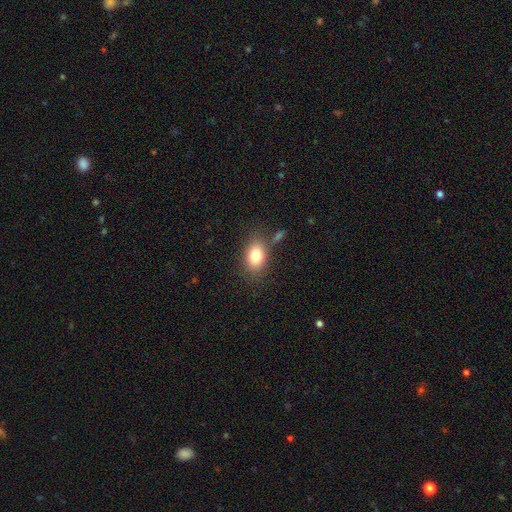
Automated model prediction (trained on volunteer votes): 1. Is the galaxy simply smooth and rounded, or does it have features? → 80% smooth, 11% featured or disk, 9% star or artifact.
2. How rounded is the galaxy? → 80% in between, 18% round, 2% cigar-shaped.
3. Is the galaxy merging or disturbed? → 74% none, 15% minor disturbance, 6% merger, 5% major disturbance.